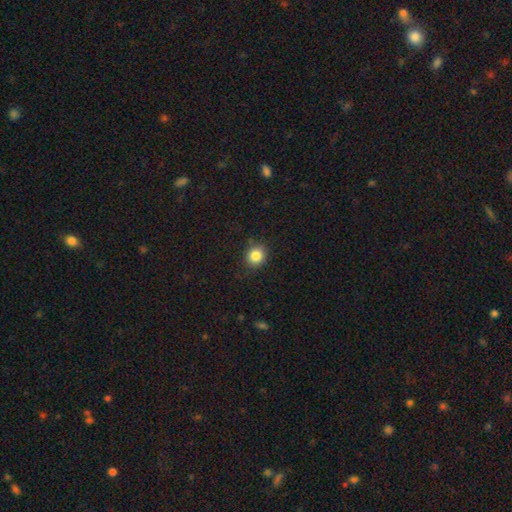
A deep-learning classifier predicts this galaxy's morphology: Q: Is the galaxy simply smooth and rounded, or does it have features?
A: smooth — 85%.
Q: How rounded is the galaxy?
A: round — 78%.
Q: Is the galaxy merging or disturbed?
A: none — 84%.